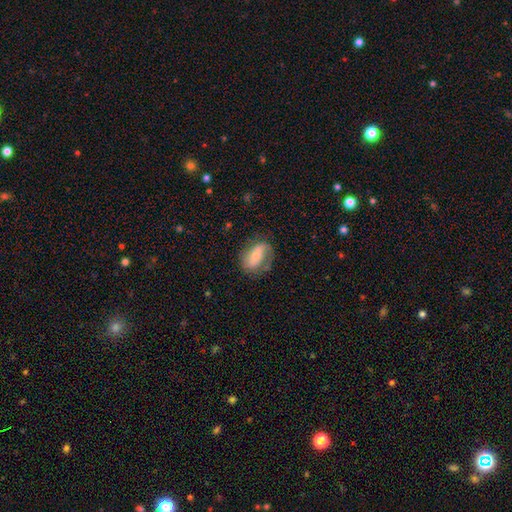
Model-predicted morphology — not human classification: Smooth or featured? Predicted: smooth (p=0.51). How rounded? Predicted: in between (p=0.81). Merging? Predicted: none (p=0.60).